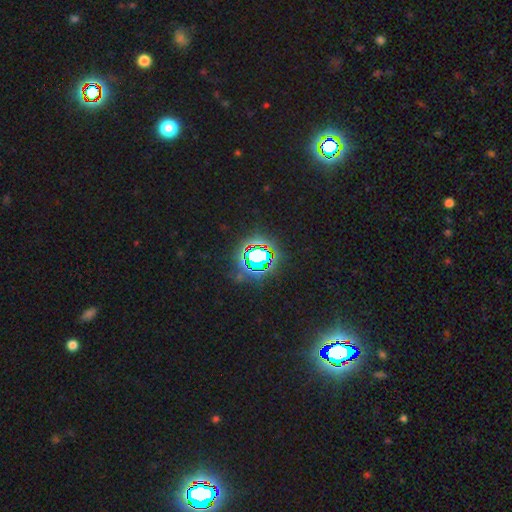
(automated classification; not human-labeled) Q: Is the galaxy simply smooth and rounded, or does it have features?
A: star or artifact — 81%.